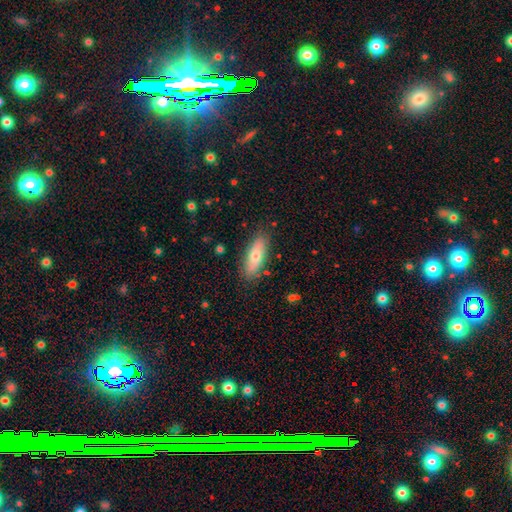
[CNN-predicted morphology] smooth_or_featured: smooth (p=0.68) [alt: featured or disk p=0.26]
how_rounded: in between (p=0.61) [alt: cigar-shaped p=0.37]
merging: none (p=0.85) [alt: minor disturbance p=0.11]